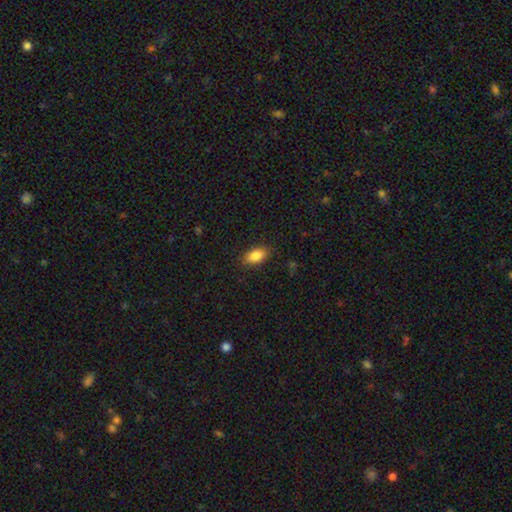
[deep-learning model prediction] The model was most divided on "merging": none: 87%, minor disturbance: 10%, major disturbance: 3%, merger: 1%. More confident: how rounded — in between (90%); smooth or featured — smooth (86%).